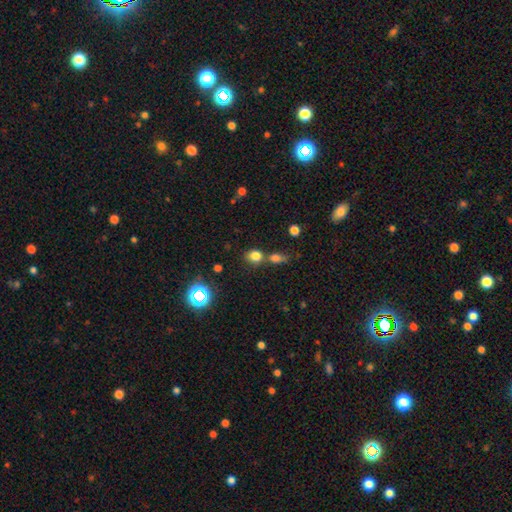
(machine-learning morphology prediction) Smooth or featured?
  - smooth: 76% *
  - star or artifact: 17%
  - featured or disk: 7%
How rounded?
  - round: 62% *
  - in between: 36%
  - cigar-shaped: 2%
Merging?
  - none: 52% *
  - merger: 32%
  - minor disturbance: 11%
  - major disturbance: 5%